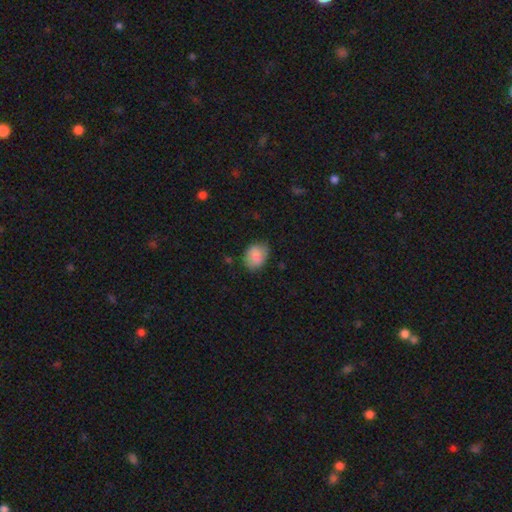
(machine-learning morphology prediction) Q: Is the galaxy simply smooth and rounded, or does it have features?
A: smooth — 85%.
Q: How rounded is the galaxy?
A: in between — 63%.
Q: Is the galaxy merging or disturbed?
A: none — 74%.